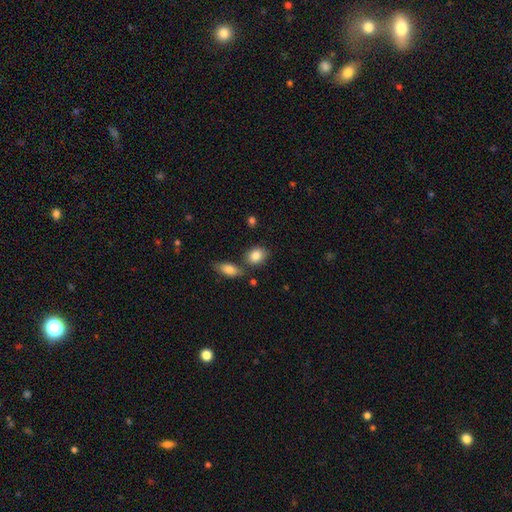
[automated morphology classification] Smooth or featured? smooth (85%)
How rounded? in between (64%)
Merging? none (70%)